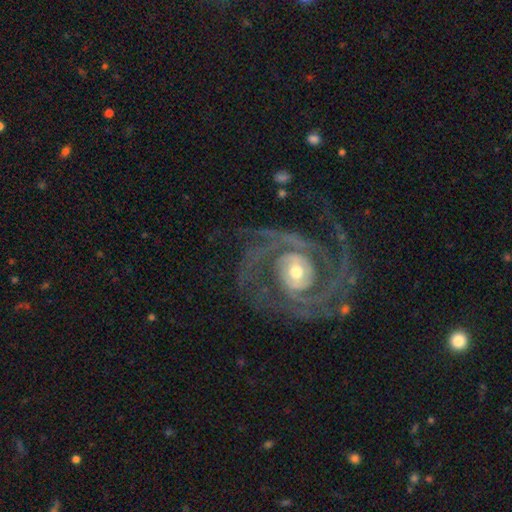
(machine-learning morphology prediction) Smooth or featured? Predicted: featured or disk (p=0.92). Edge-on disk? Predicted: no (p=0.98). Bar? Predicted: no (p=0.51). Spiral arms? Predicted: yes (p=0.99). Spiral winding? Predicted: tight (p=0.53). Spiral arm count? Predicted: 2 (p=0.71). Bulge size? Predicted: moderate (p=0.47, tied with small). Merging? Predicted: none (p=0.75).